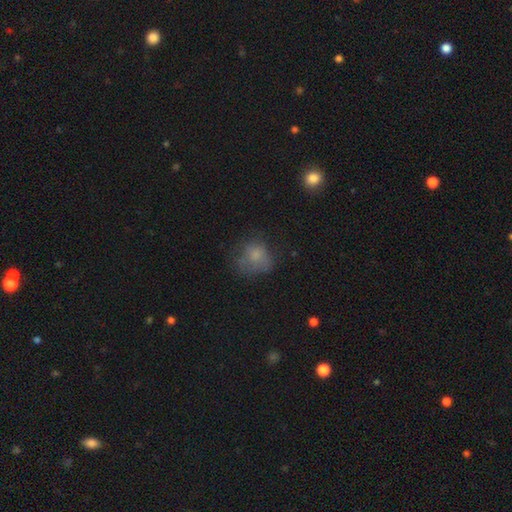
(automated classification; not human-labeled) Smooth or featured? Predicted: smooth (p=0.68). How rounded? Predicted: round (p=0.70). Merging? Predicted: none (p=0.47).